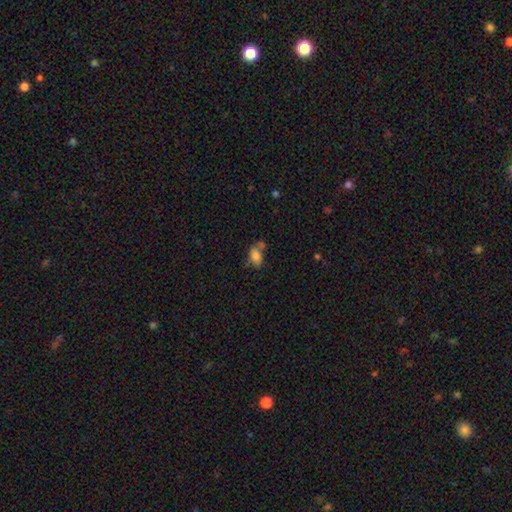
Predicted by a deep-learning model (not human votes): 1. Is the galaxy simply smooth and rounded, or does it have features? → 77% smooth, 12% featured or disk, 11% star or artifact.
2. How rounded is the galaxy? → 85% in between, 12% round, 3% cigar-shaped.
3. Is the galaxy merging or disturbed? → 40% none, 29% merger, 21% minor disturbance, 9% major disturbance.